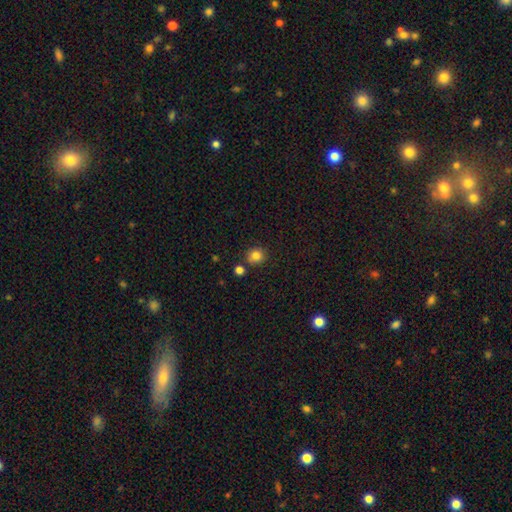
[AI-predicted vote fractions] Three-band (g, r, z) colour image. It shows a smooth galaxy with no disk features (83%) that is round (86%). Merging: none (80%).